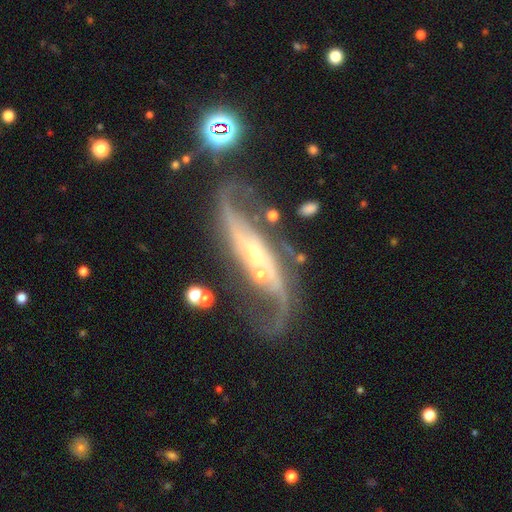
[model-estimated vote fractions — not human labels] A featured or disk galaxy (87%) with no bar (52%), 2 (88%) loose (67%) spiral arms (94%) and a small central bulge (61%). Merging: none (51%).